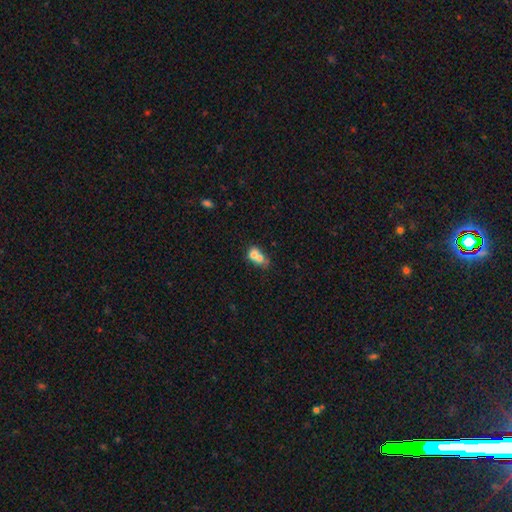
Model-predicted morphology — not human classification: Smooth or featured? Predicted: smooth (p=0.66). How rounded? Predicted: in between (p=0.52). Merging? Predicted: merger (p=0.69).